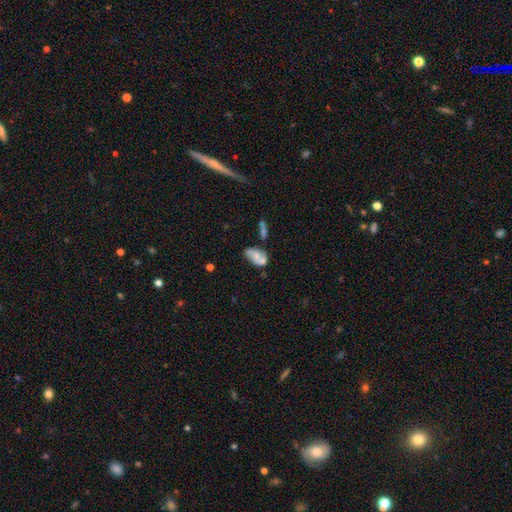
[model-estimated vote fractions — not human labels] A featured or disk galaxy (46%).

Vote fractions:
- Smooth or featured? featured or disk: 46% / smooth: 45% / star or artifact: 9%
- Merging? none: 37% / minor disturbance: 26% / merger: 23% / major disturbance: 14%